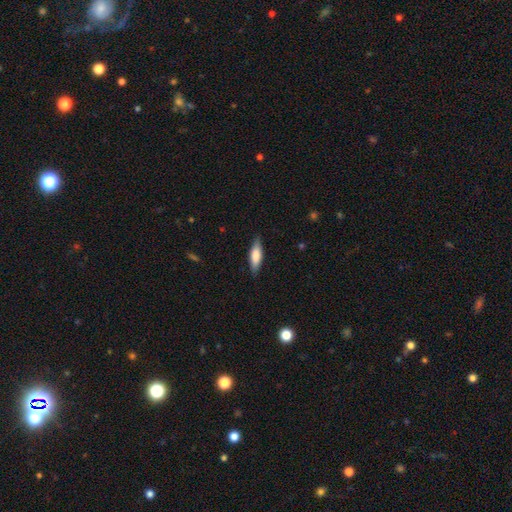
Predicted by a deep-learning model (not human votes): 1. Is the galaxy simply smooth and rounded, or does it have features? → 72% smooth, 22% featured or disk, 6% star or artifact.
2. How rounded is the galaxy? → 53% cigar-shaped, 46% in between, 2% round.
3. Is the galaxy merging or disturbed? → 86% none, 11% minor disturbance, 2% major disturbance, 1% merger.